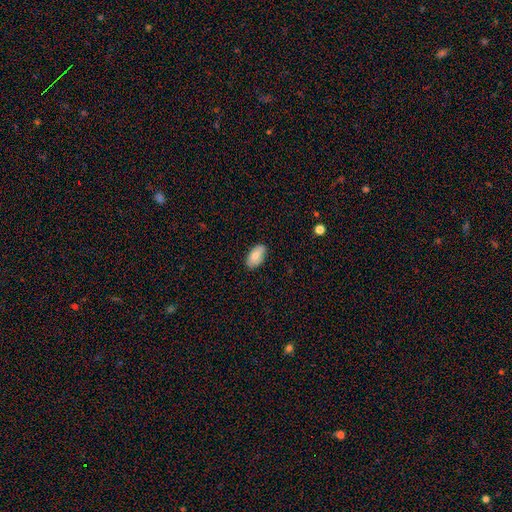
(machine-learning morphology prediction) Q: Smooth or featured?
A: smooth (81%); runner-up: featured or disk (13%)
Q: How rounded?
A: in between (94%); runner-up: round (3%)
Q: Merging?
A: none (83%); runner-up: minor disturbance (13%)